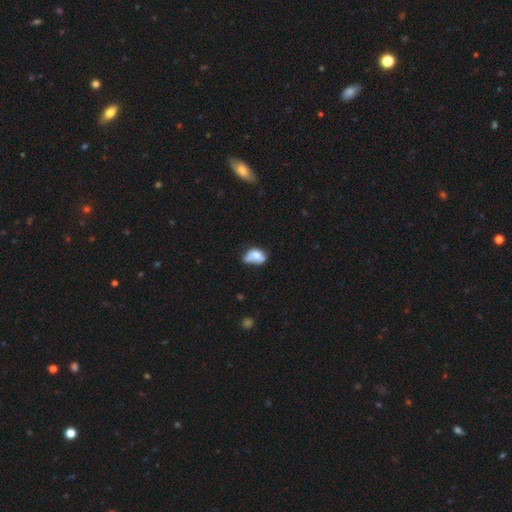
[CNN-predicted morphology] Smooth or featured: smooth — 61% (featured or disk — 28%)
How rounded: in between — 77% (round — 21%)
Merging: minor disturbance — 29% (none — 26%)